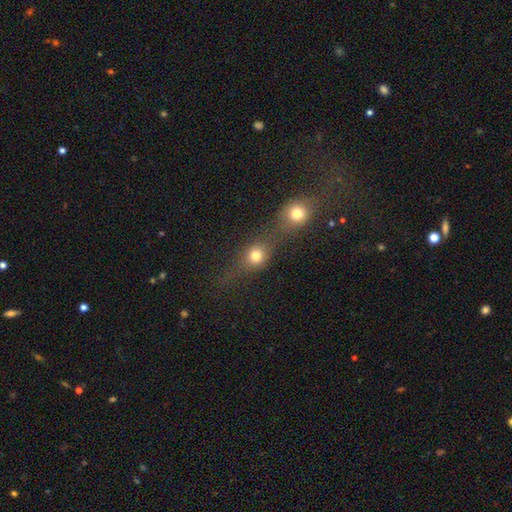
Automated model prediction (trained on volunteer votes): Smooth or featured?
  - smooth: 72% *
  - star or artifact: 15%
  - featured or disk: 13%
How rounded?
  - round: 76% *
  - in between: 20%
  - cigar-shaped: 4%
Merging?
  - merger: 52% *
  - none: 37%
  - minor disturbance: 6%
  - major disturbance: 5%